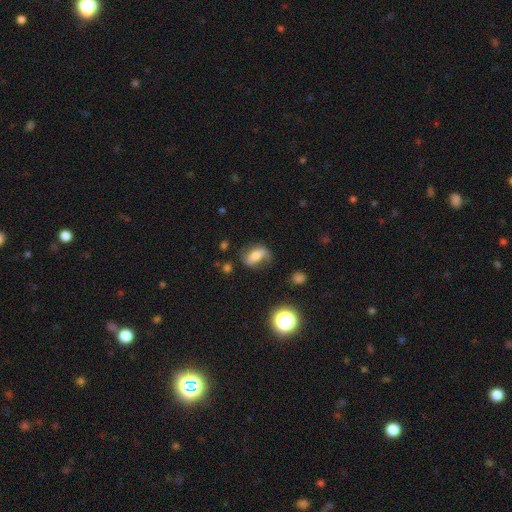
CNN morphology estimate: The model was most divided on "smooth or featured": smooth: 46%, featured or disk: 44%, star or artifact: 11%. More confident: merging — none (62%).